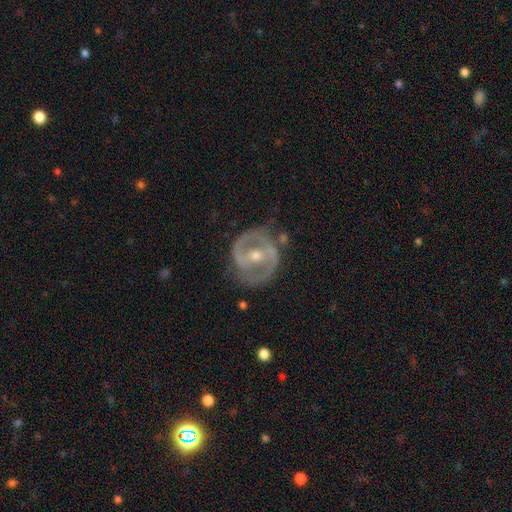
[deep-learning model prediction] Smooth or featured: featured or disk — 84% (smooth — 10%)
Edge-on disk: no — 96% (yes — 4%)
Bar: strong — 39% (weak — 38%)
Spiral arms: yes — 81% (no — 19%)
Spiral winding: medium — 46% (tight — 39%)
Spiral arm count: 2 — 82% (can't tell — 9%)
Bulge size: moderate — 60% (small — 37%)
Merging: none — 71% (minor disturbance — 18%)